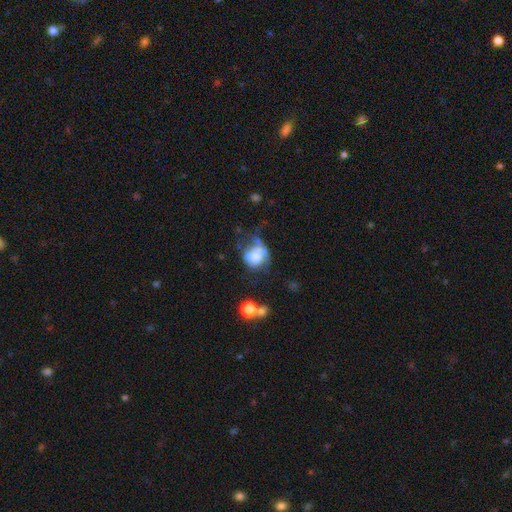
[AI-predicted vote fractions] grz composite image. It shows a smooth galaxy with no disk features (50%). Merging: none (35%).